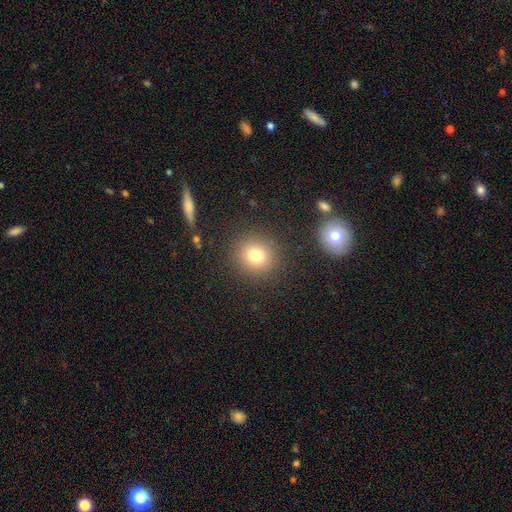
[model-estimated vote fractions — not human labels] Morphology: type=smooth (77%); roundness=round (88%); merging=none (88%).